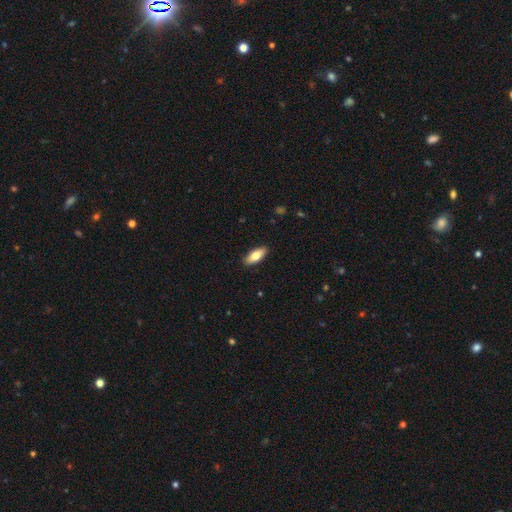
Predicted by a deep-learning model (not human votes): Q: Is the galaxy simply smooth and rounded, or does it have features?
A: smooth — 71%.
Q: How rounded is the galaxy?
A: in between — 76%.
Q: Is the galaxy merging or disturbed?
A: none — 90%.